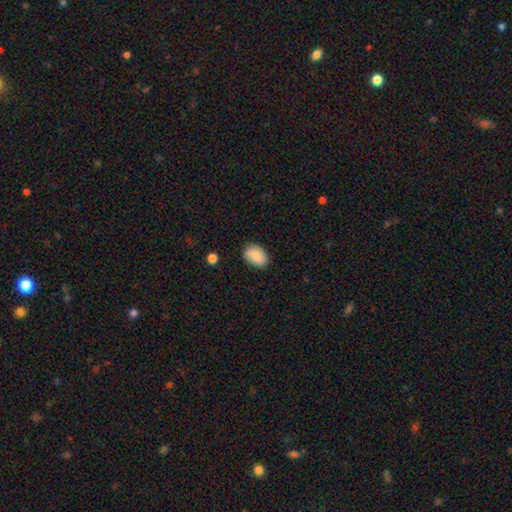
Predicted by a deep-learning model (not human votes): This appears to be a smooth galaxy with no disk features (87%) that is in between round and cigar-shaped (85%). Merging: none (80%).